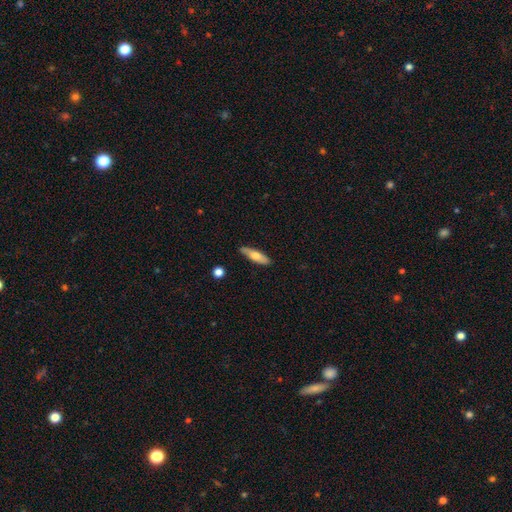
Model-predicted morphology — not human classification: Smooth or featured? smooth (64%)
How rounded? cigar-shaped (58%)
Merging? none (86%)